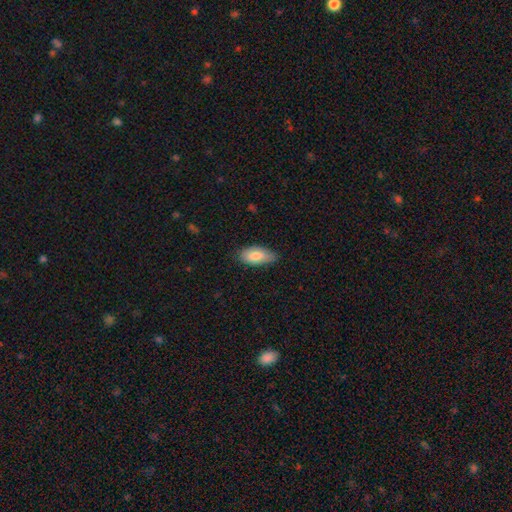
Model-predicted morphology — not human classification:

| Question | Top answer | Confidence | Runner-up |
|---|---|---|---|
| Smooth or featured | smooth | 81% | featured or disk (13%) |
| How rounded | in between | 91% | cigar-shaped (7%) |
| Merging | none | 76% | minor disturbance (20%) |